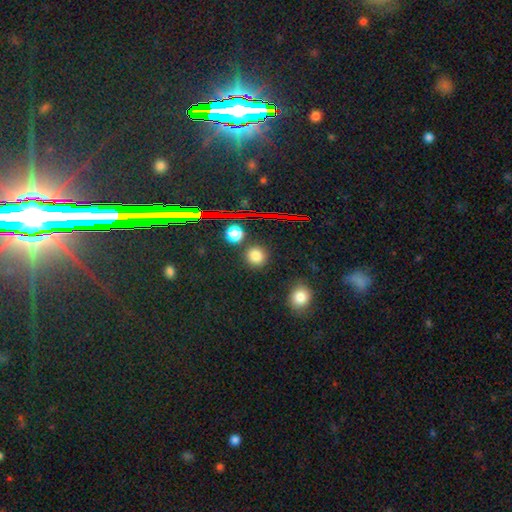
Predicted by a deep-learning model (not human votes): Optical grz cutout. It shows a smooth galaxy with no disk features (74%) that is round (85%). Merging: none (86%).